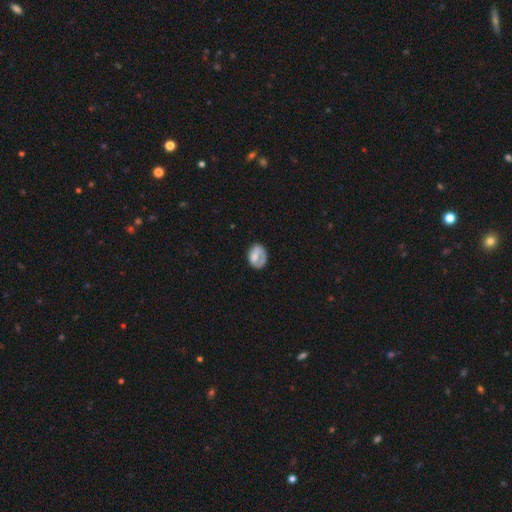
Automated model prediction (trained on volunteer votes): Q: Smooth or featured?
A: smooth (62%); runner-up: featured or disk (30%)
Q: How rounded?
A: in between (66%); runner-up: round (33%)
Q: Merging?
A: none (48%); runner-up: minor disturbance (27%)